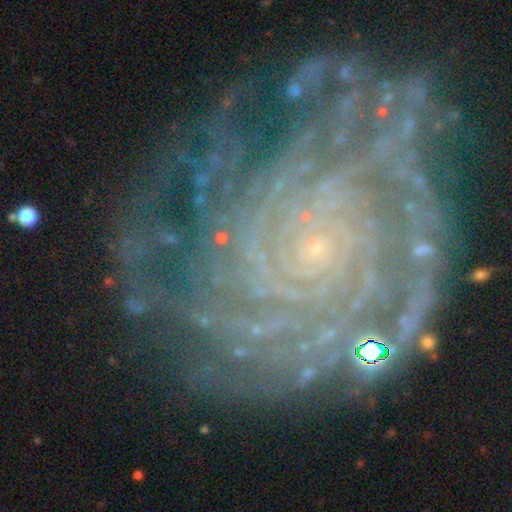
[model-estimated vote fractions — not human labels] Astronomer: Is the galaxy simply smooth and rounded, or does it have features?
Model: featured or disk — 89%.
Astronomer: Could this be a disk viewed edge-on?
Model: no — 98%.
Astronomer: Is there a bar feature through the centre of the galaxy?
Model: no — 77%.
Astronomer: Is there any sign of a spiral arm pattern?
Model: yes — 98%.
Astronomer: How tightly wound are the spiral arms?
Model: tight — 82%.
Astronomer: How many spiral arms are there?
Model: more than 4 — 26% (runner-up: can't tell, 19%).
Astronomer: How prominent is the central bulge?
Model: small — 84%.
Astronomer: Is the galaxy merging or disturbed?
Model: none — 69%.